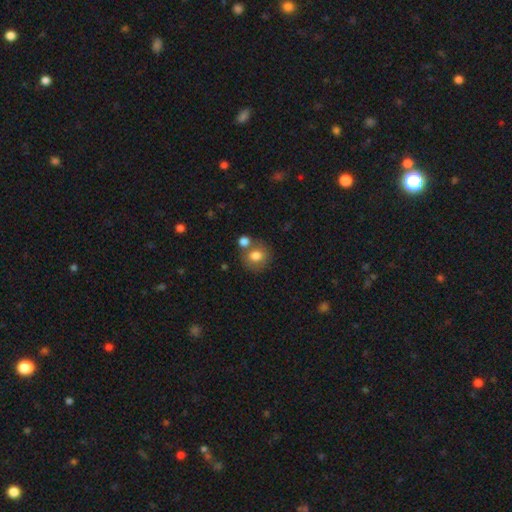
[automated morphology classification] smooth 79%, featured or disk 11%, star or artifact 10%. Down the decision tree: how rounded — round (76%); merging — none (62%).